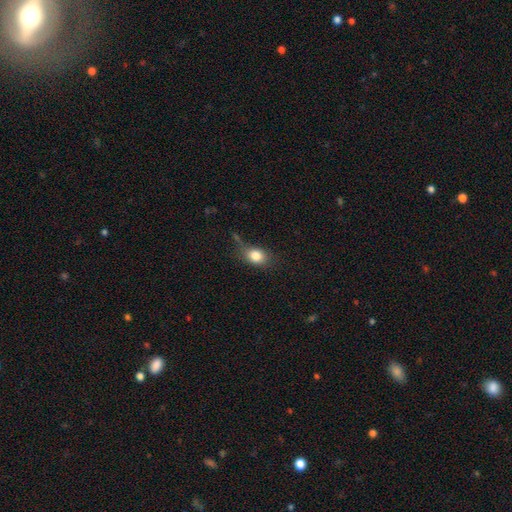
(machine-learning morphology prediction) This appears to be a smooth galaxy with no disk features (82%) that is in between round and cigar-shaped (62%). Merging: none (56%).